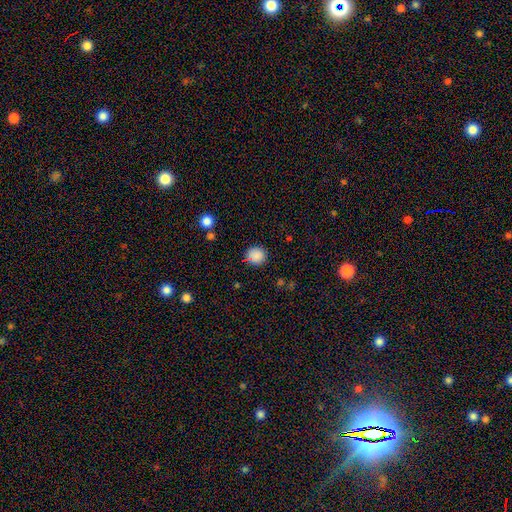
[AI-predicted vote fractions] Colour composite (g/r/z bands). It shows a smooth galaxy with no disk features (85%) that is round (89%). Merging: none (81%).